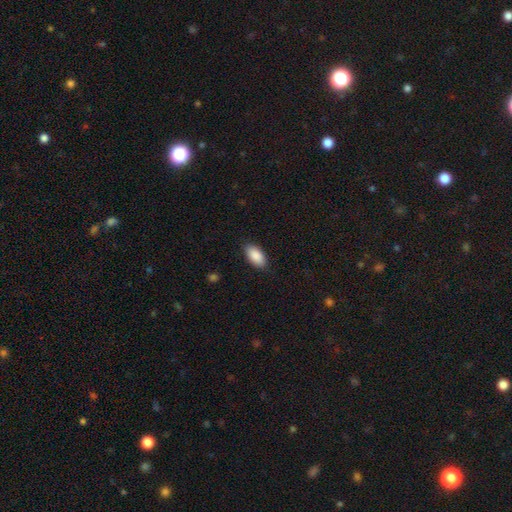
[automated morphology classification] type=smooth (90%); roundness=in between (94%); merging=none (87%).